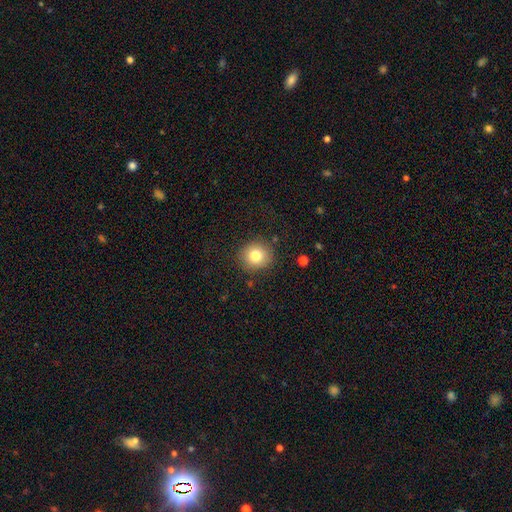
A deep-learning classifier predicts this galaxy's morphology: This is likely a smooth galaxy (79%). How rounded: clearly round (86%). Merging: clearly none (87%).